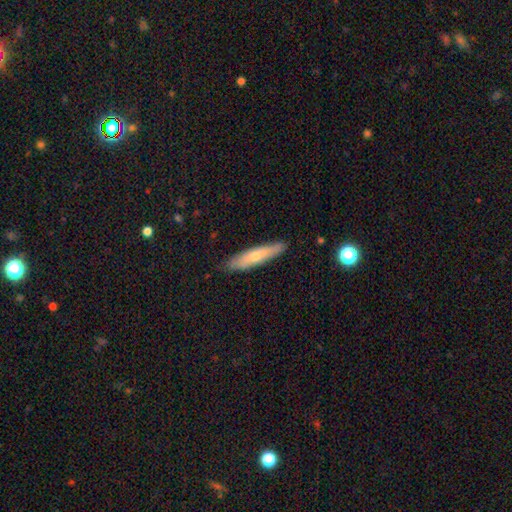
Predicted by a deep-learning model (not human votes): smooth_or_featured: smooth (p=0.61) [alt: featured or disk p=0.32]
how_rounded: cigar-shaped (p=0.88) [alt: in between p=0.11]
merging: none (p=0.86) [alt: minor disturbance p=0.11]